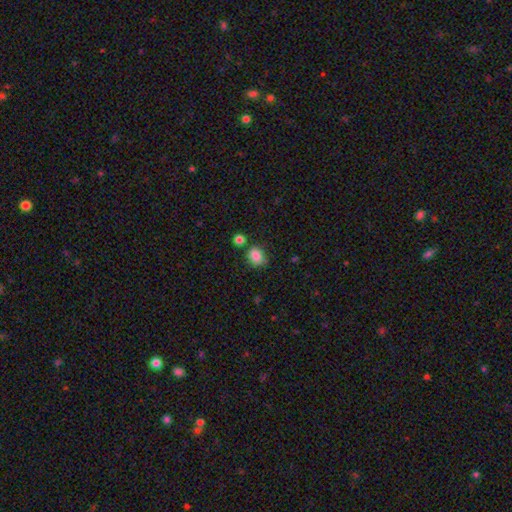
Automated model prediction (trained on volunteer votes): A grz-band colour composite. It shows a smooth galaxy with no disk features (85%) that is in between round and cigar-shaped (52%). Merging: none (67%).